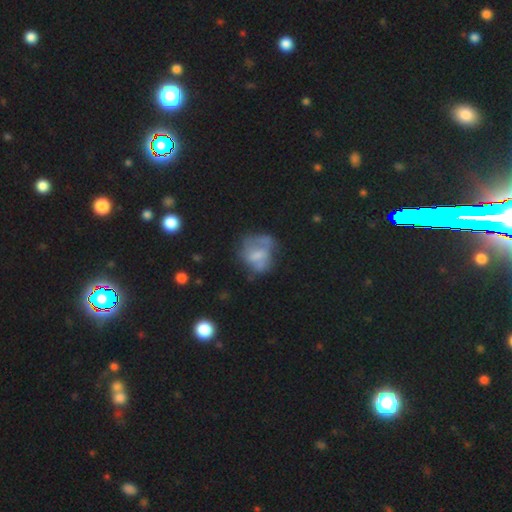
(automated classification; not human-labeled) This is marginally a smooth galaxy (44%). Merging: marginally none (40%).